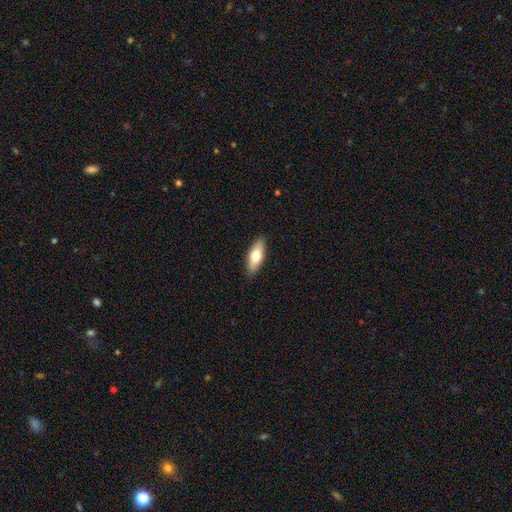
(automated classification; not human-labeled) The model was most divided on "smooth or featured": smooth: 69%, featured or disk: 25%, star or artifact: 6%. More confident: merging — none (89%); how rounded — in between (71%).